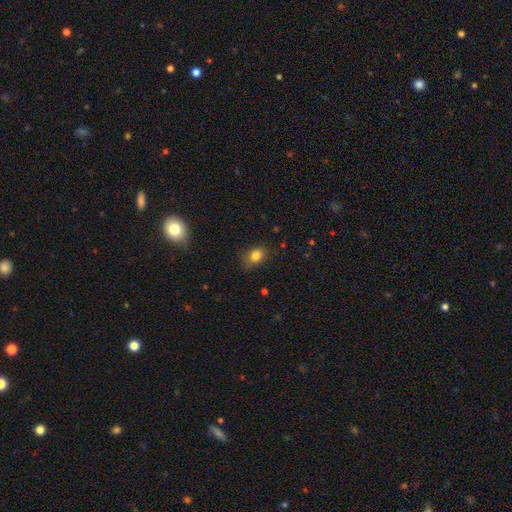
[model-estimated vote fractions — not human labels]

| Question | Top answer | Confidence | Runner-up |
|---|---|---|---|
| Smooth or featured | smooth | 82% | star or artifact (11%) |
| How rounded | in between | 65% | round (34%) |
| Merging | none | 65% | minor disturbance (25%) |